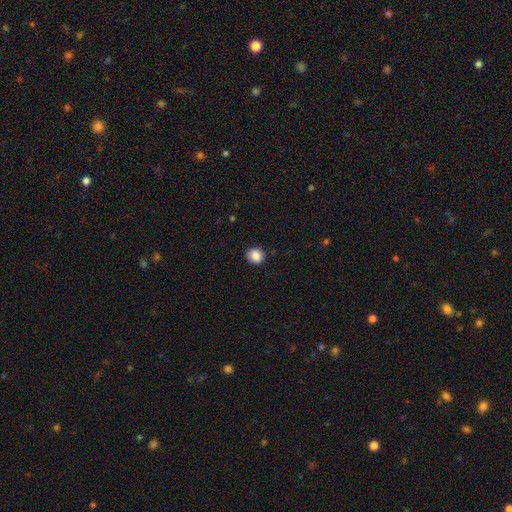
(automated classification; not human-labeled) Smooth or featured? Predicted: smooth (p=0.87). How rounded? Predicted: round (p=0.87). Merging? Predicted: none (p=0.91).